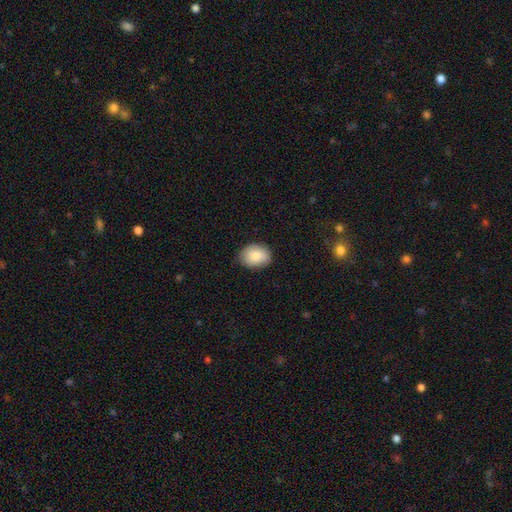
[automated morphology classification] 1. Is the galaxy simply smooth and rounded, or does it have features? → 83% smooth, 10% featured or disk, 7% star or artifact.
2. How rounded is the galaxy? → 65% in between, 34% round, 1% cigar-shaped.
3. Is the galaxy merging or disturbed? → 84% none, 13% minor disturbance, 2% major disturbance, 1% merger.